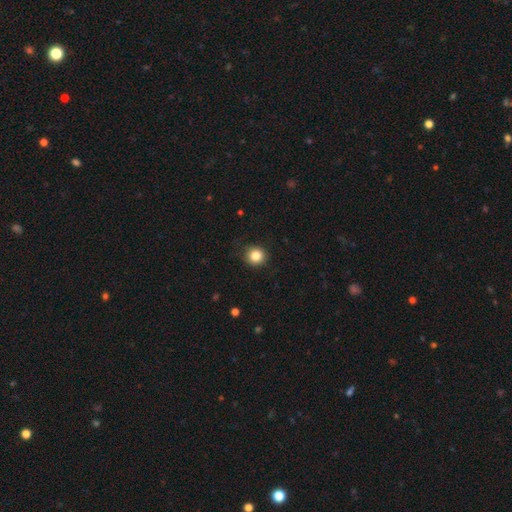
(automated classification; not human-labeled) Q: Smooth or featured?
A: smooth (84%); runner-up: star or artifact (11%)
Q: How rounded?
A: round (92%); runner-up: in between (7%)
Q: Merging?
A: none (89%); runner-up: minor disturbance (8%)